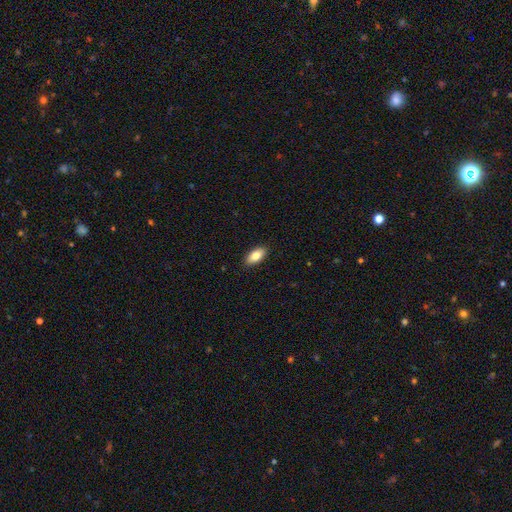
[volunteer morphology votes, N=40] Smooth or featured? 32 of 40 (80%) said smooth. How rounded? 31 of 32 (97%) said in between. Merging? 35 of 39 (90%) said none.